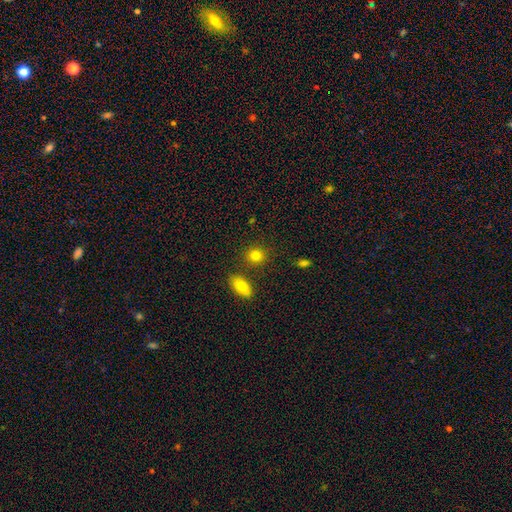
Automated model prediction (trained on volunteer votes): A smooth galaxy with no disk features (82%) that is round (74%). Merging: none (81%).